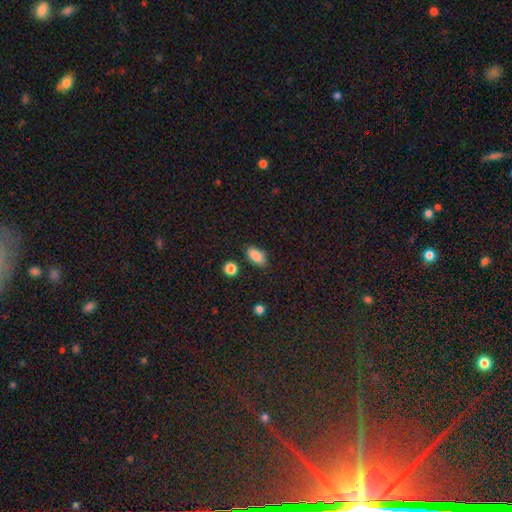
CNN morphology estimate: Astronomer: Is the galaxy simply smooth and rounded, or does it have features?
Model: smooth — 86%.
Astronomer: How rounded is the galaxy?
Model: in between — 89%.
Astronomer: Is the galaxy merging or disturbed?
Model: none — 80%.